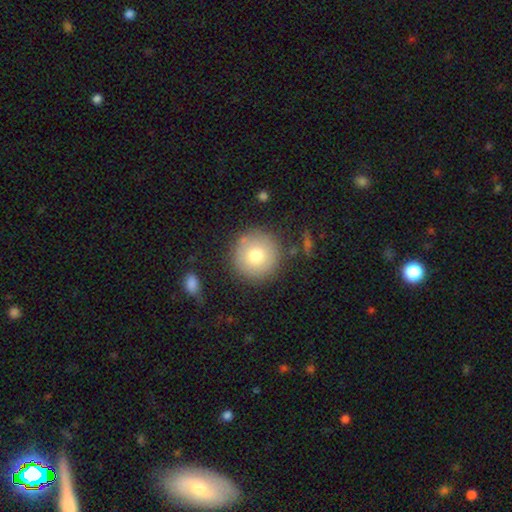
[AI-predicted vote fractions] smooth-or-featured: smooth: 77% | featured or disk: 15% | star or artifact: 9%
  how-rounded: round: 96% | in between: 3% | cigar-shaped: 1%
  merging: none: 85% | minor disturbance: 9% | major disturbance: 3% | merger: 3%